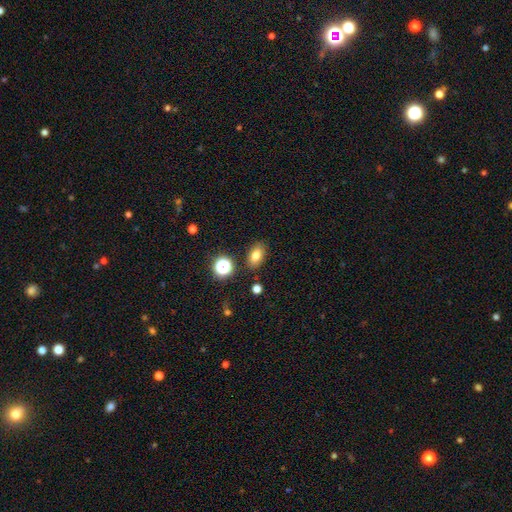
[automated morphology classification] This is likely a smooth galaxy (78%). How rounded: clearly in between (83%). Merging: clearly none (84%).